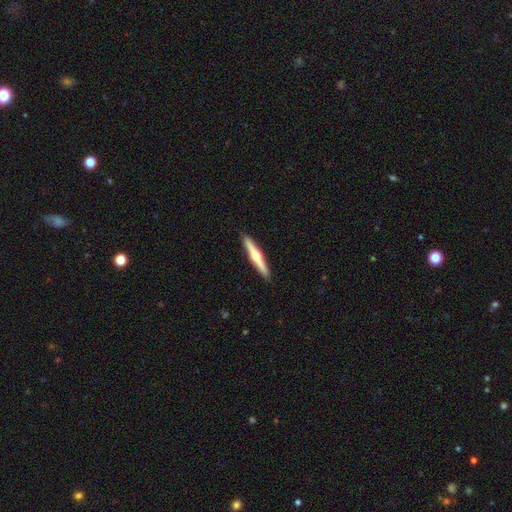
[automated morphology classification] Smooth or featured?
  - featured or disk: 62% *
  - smooth: 33%
  - star or artifact: 5%
Edge-on disk?
  - yes: 98% *
  - no: 2%
Edge-on bulge?
  - rounded: 88% *
  - none: 8%
  - boxy: 4%
Merging?
  - none: 92% *
  - minor disturbance: 6%
  - major disturbance: 1%
  - merger: 1%